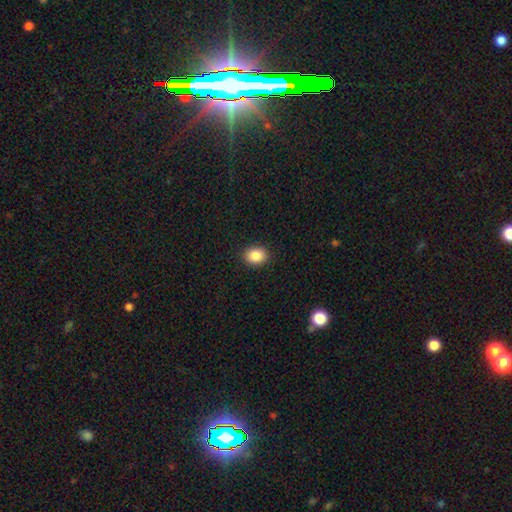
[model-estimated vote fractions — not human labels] smooth 87%, star or artifact 9%, featured or disk 5%. Down the decision tree: how rounded — in between (56%); merging — none (91%).